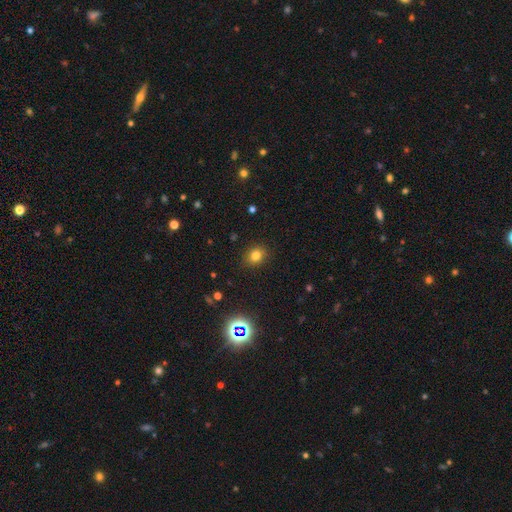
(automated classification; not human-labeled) This appears to be a smooth galaxy with no disk features (78%) that is round (64%). Merging: none (88%).